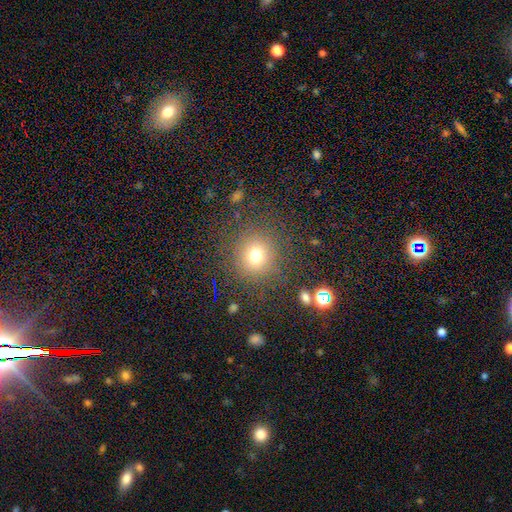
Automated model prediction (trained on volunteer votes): smooth_or_featured: smooth (p=0.72) [alt: star or artifact p=0.20]
how_rounded: round (p=0.90) [alt: in between p=0.09]
merging: none (p=0.84) [alt: minor disturbance p=0.09]